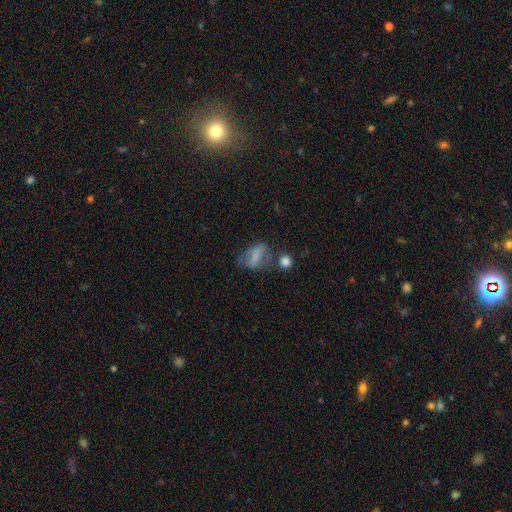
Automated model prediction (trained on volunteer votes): The model was most divided on "merging": none: 42%, minor disturbance: 24%, major disturbance: 21%, merger: 13%. More confident: how rounded — in between (74%); smooth or featured — smooth (58%).